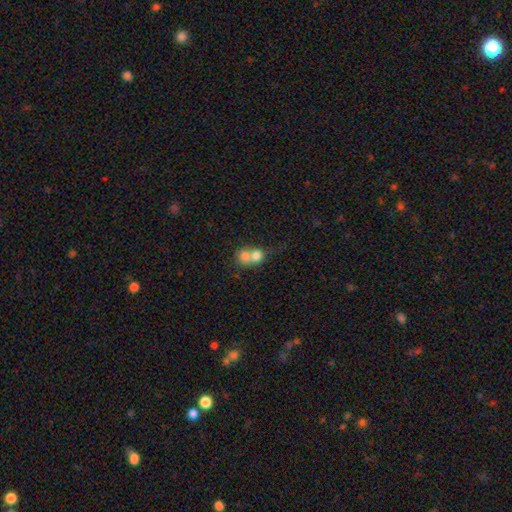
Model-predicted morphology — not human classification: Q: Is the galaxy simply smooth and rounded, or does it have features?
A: smooth — 73%.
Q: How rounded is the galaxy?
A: round — 72%.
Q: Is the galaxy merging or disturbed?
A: merger — 71%.